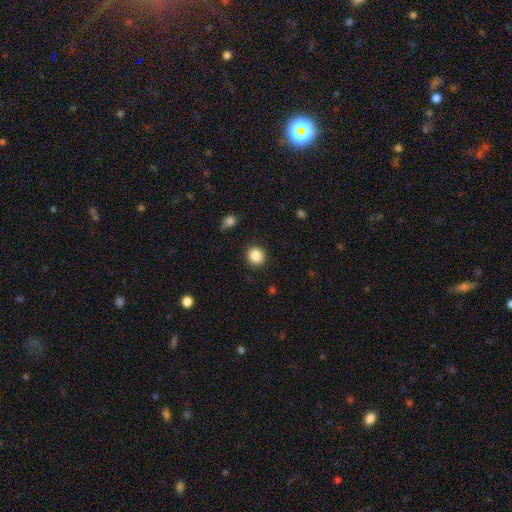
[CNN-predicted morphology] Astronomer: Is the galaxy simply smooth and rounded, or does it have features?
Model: smooth — 86%.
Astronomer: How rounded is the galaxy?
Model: round — 88%.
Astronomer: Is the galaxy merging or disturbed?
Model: none — 89%.